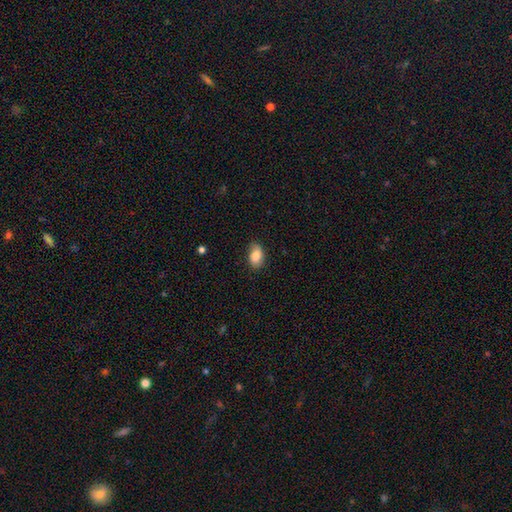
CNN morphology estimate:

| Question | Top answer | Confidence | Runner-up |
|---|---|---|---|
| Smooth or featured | smooth | 83% | featured or disk (10%) |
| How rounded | in between | 89% | round (10%) |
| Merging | none | 76% | minor disturbance (20%) |